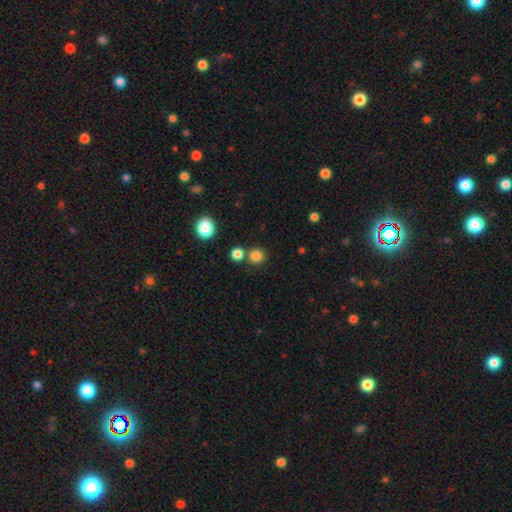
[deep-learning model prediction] Smooth or featured? smooth (83%)
How rounded? round (91%)
Merging? none (74%)